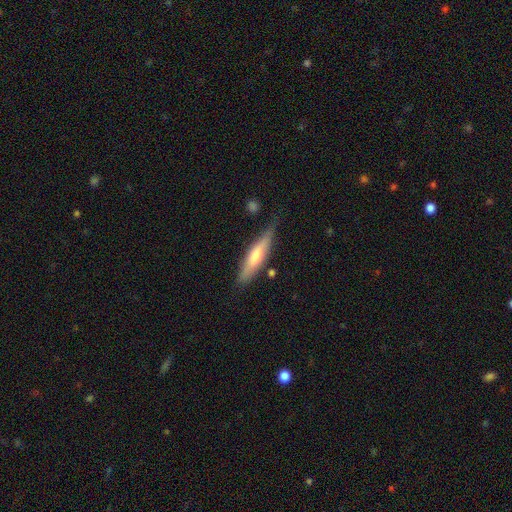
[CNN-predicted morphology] Overall: smooth (48%; featured or disk 46%). Merging: none (73%).